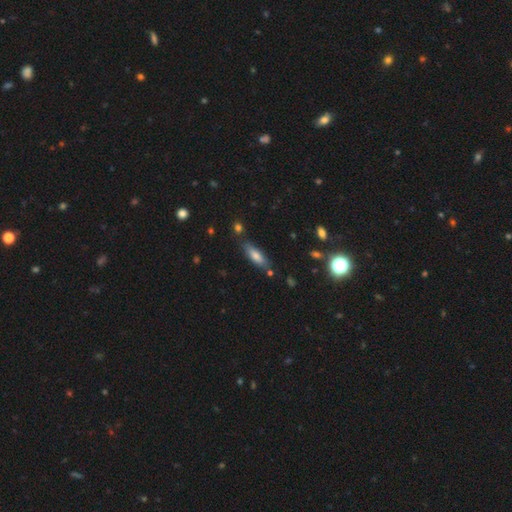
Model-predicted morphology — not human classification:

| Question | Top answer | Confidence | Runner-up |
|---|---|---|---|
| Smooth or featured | smooth | 74% | featured or disk (17%) |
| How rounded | in between | 54% | cigar-shaped (44%) |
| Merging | none | 75% | minor disturbance (16%) |